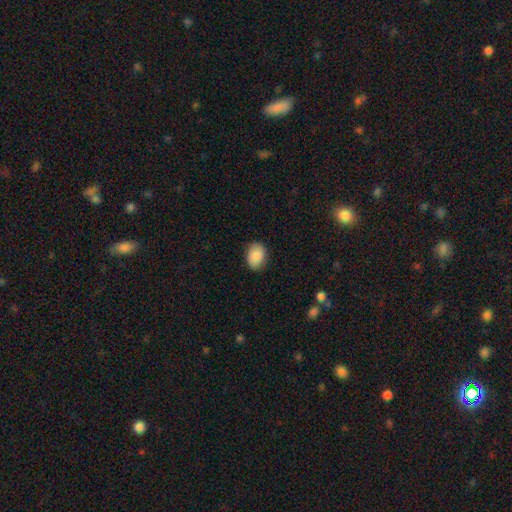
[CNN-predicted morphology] A smooth galaxy with no disk features (87%) that is in between round and cigar-shaped (70%). Merging: none (86%).